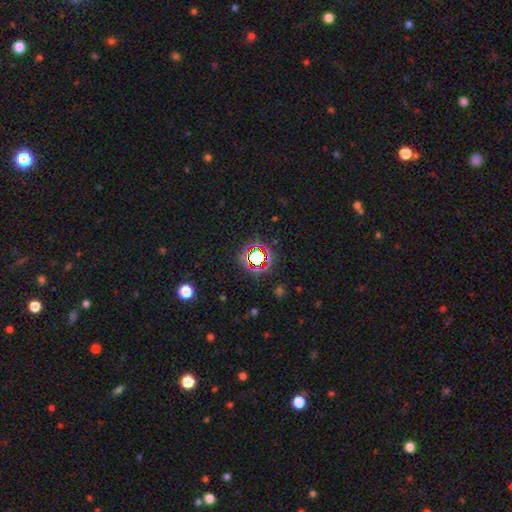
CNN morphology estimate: Smooth or featured?
  - star or artifact: 69% *
  - smooth: 21%
  - featured or disk: 11%